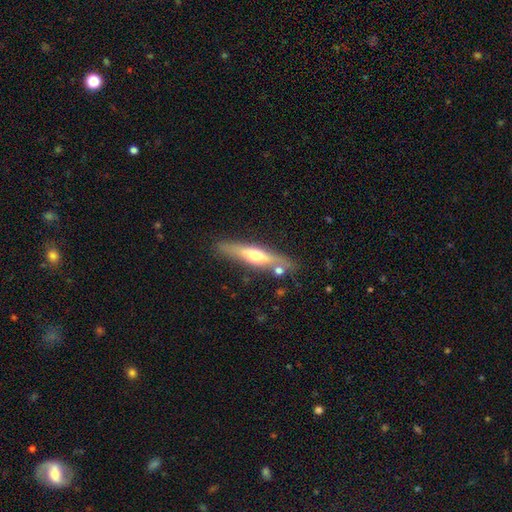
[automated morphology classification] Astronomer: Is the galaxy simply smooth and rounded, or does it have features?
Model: featured or disk — 58% (runner-up: smooth, 35%).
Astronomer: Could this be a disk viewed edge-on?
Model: yes — 88%.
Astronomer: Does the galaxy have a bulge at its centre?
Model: rounded — 89%.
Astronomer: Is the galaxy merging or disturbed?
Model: none — 79%.